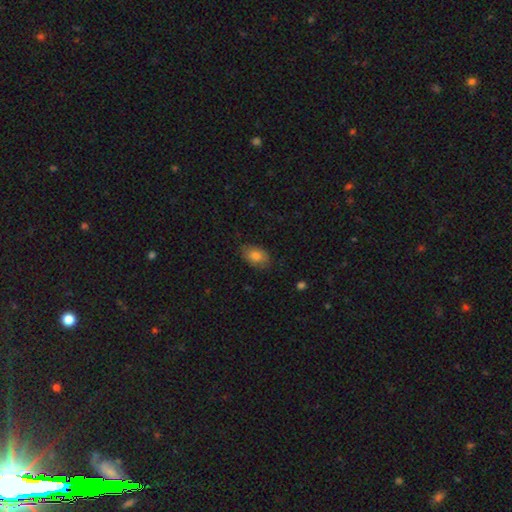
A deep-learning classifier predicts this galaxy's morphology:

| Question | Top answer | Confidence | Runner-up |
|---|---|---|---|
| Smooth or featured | smooth | 81% | featured or disk (11%) |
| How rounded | in between | 87% | round (12%) |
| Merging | none | 75% | minor disturbance (20%) |